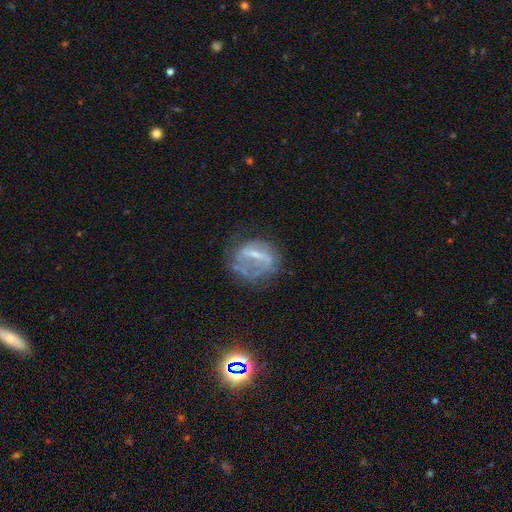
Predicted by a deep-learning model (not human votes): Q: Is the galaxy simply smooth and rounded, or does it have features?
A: featured or disk — 65%.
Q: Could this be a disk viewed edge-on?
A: no — 95%.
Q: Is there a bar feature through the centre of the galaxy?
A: weak — 39%, tied with strong.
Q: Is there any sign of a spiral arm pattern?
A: no — 53%.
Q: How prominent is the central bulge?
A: small — 46%.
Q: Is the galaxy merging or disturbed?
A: none — 45%.